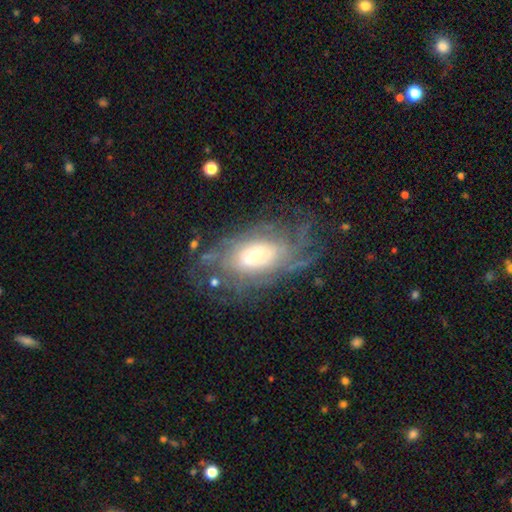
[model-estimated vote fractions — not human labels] Overall: featured or disk (73%). Edge-on disk: no (93%). Bar: no (73%). Spiral arms: yes (79%). Spiral arm count: can't tell (56%). Spiral winding: tight (57%; medium 28%). Bulge size: small (44%; moderate 33%). Merging: none (58%; minor disturbance 20%).